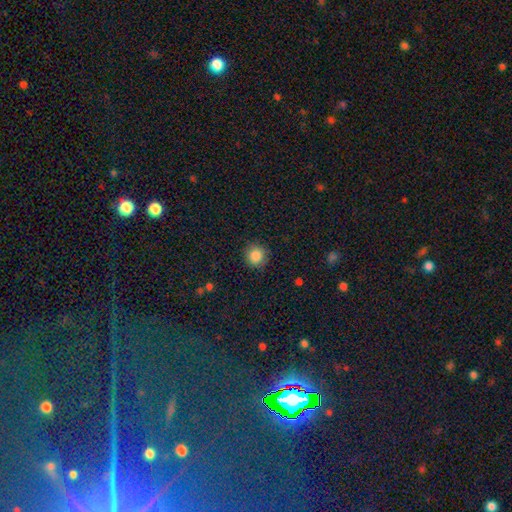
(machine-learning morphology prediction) smooth 85%, star or artifact 10%, featured or disk 5%. Down the decision tree: how rounded — round (93%); merging — none (88%).